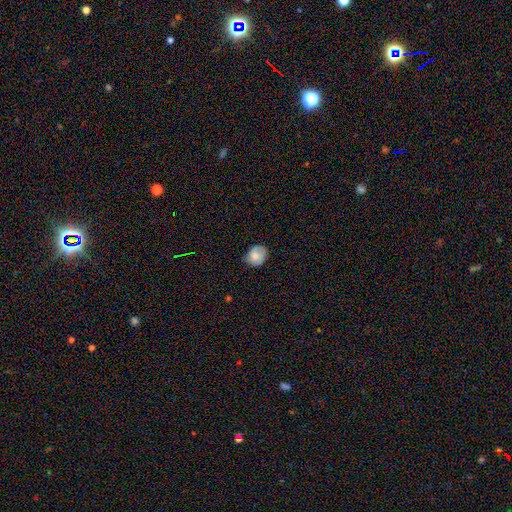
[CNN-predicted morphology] This is likely a smooth galaxy (79%). How rounded: likely round (61%). Merging: likely none (68%).